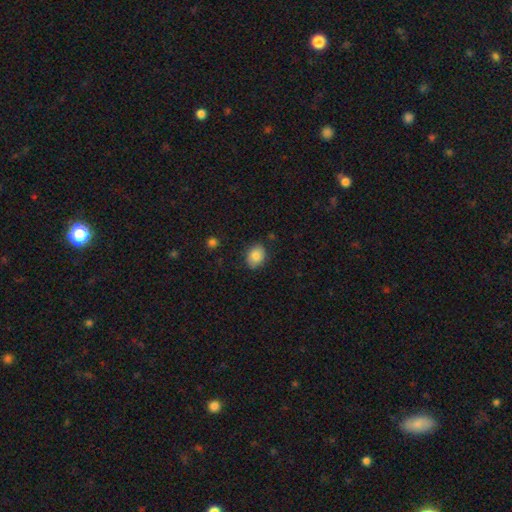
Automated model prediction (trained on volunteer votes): Overall: smooth (85%). How rounded: in between (64%; round 35%). Merging: none (83%).